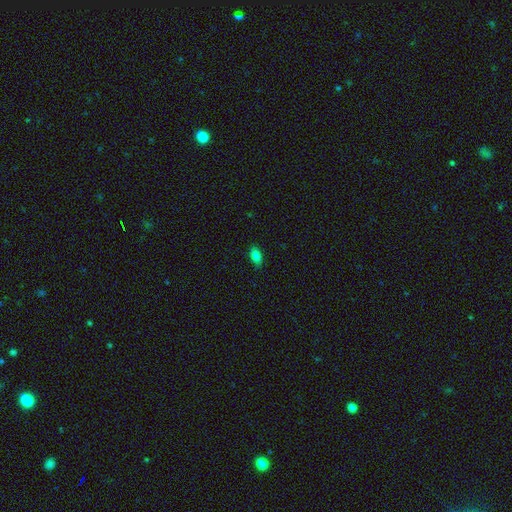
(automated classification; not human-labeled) smooth-or-featured: smooth: 82% | star or artifact: 9% | featured or disk: 8%
  how-rounded: in between: 86% | round: 8% | cigar-shaped: 6%
  merging: none: 85% | minor disturbance: 12% | major disturbance: 2% | merger: 1%